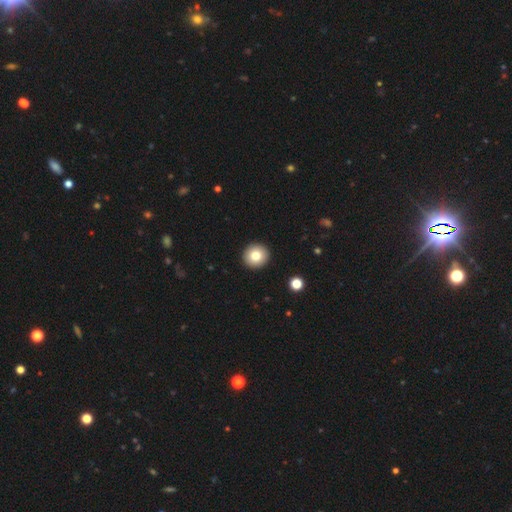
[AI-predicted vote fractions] Smooth or featured? Predicted: smooth (p=0.79). How rounded? Predicted: round (p=0.94). Merging? Predicted: none (p=0.93).